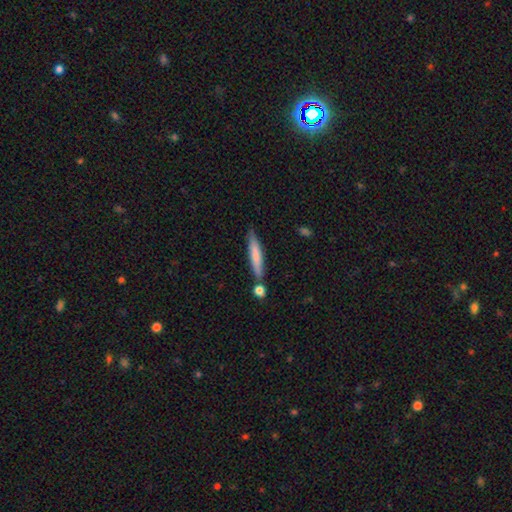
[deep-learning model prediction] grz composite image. It shows a smooth galaxy with no disk features (70%) that is cigar-shaped (92%). Merging: none (75%).